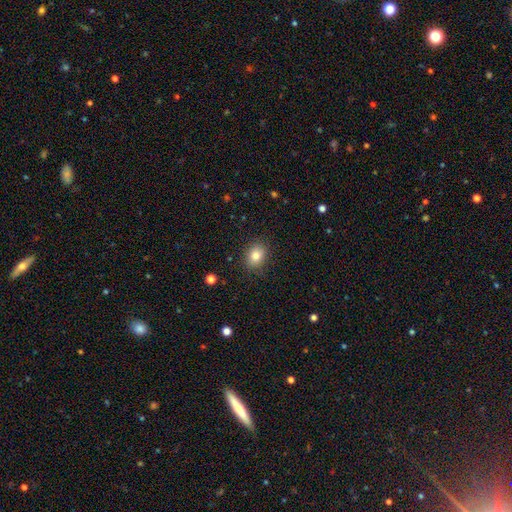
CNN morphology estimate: This appears to be a smooth galaxy with no disk features (82%) that is in between round and cigar-shaped (53%). Merging: none (86%).